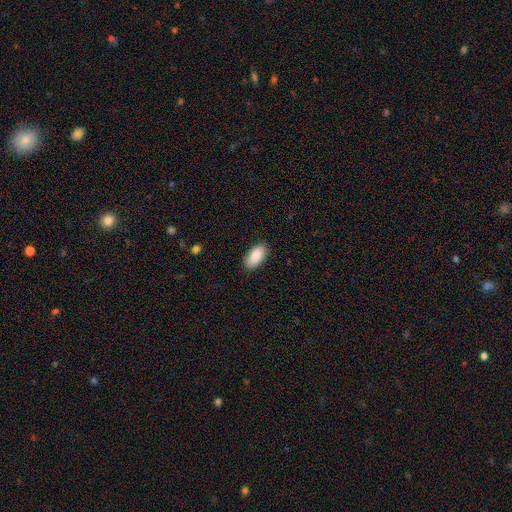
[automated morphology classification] A smooth galaxy with no disk features (90%) that is in between round and cigar-shaped (94%).

Vote fractions:
- Smooth or featured? smooth: 90% / star or artifact: 6% / featured or disk: 4%
- How rounded? in between: 94% / cigar-shaped: 4% / round: 2%
- Merging? none: 88% / minor disturbance: 9% / major disturbance: 2% / merger: 1%